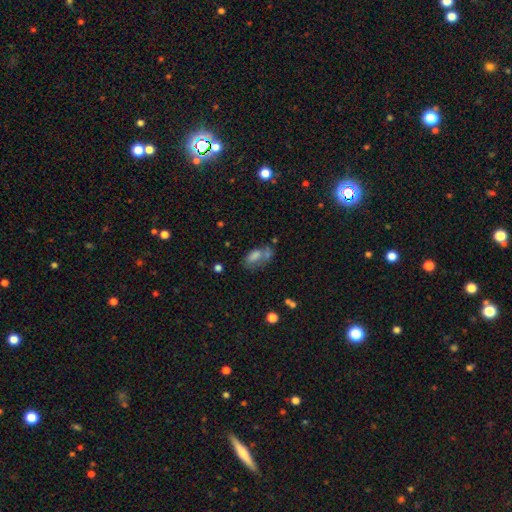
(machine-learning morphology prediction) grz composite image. It shows a smooth galaxy with no disk features (59%) that is in between round and cigar-shaped (84%). Merging: none (42%).